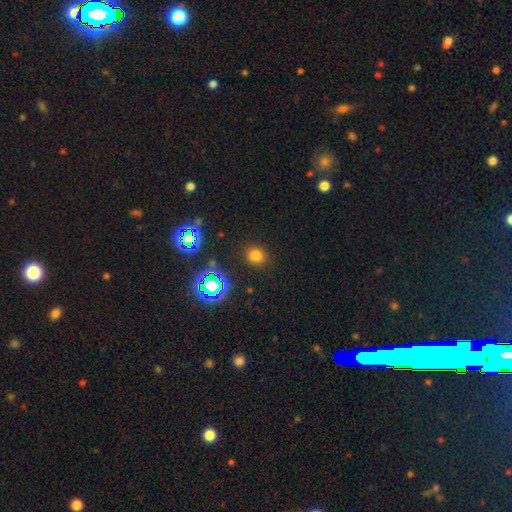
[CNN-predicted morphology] Overall: smooth (73%). How rounded: round (76%). Merging: none (88%).